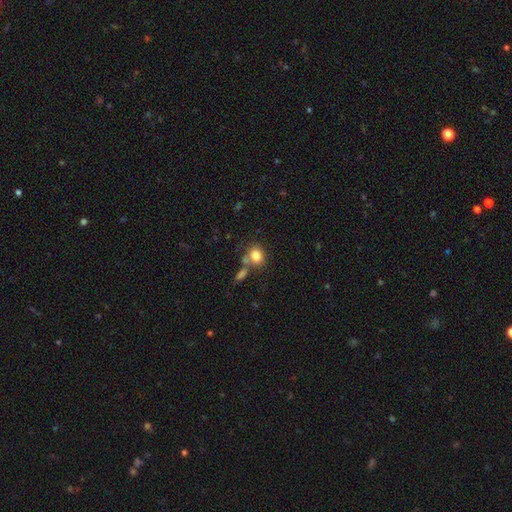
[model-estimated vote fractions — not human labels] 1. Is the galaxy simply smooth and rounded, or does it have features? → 81% smooth, 10% star or artifact, 9% featured or disk.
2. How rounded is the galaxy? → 59% round, 40% in between, 1% cigar-shaped.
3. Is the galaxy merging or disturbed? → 59% none, 23% merger, 13% minor disturbance, 5% major disturbance.